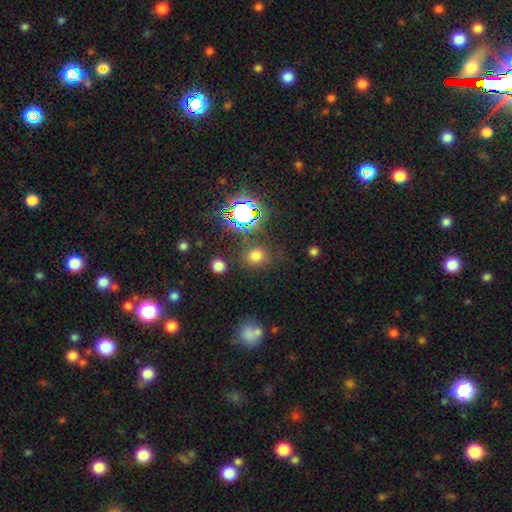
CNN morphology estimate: Q: Smooth or featured?
A: smooth (65%); runner-up: star or artifact (27%)
Q: How rounded?
A: round (83%); runner-up: in between (16%)
Q: Merging?
A: none (80%); runner-up: minor disturbance (10%)